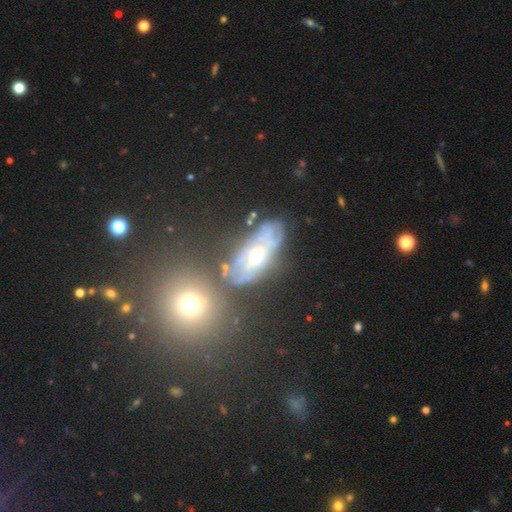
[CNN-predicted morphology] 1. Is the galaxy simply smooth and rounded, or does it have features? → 67% featured or disk, 18% smooth, 15% star or artifact.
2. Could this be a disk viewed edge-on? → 88% no, 12% yes.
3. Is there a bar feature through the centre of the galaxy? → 65% no, 27% weak, 8% strong.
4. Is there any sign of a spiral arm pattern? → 72% yes, 28% no.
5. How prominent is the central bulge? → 65% moderate, 23% small, 8% large, 2% none, 2% dominant.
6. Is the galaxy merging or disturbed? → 60% none, 18% minor disturbance, 11% major disturbance, 10% merger.